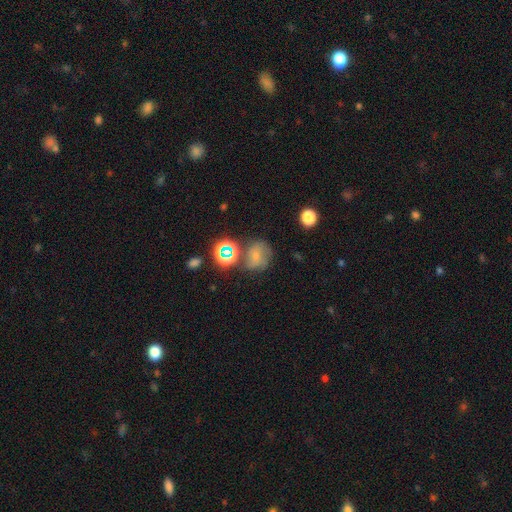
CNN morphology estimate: A smooth galaxy with no disk features (50%) that is round (72%). Merging: none (52%).